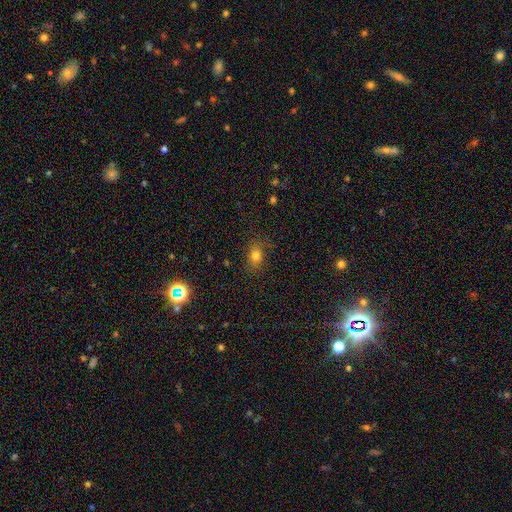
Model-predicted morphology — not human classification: type=smooth (76%); roundness=in between (56%); merging=none (78%).